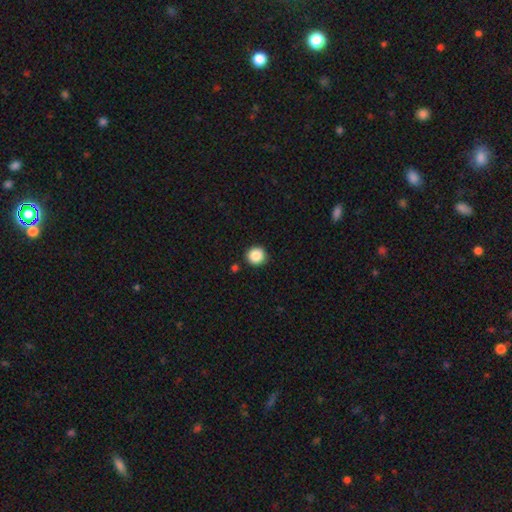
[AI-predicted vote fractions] Overall: smooth (87%). How rounded: round (93%). Merging: none (90%).